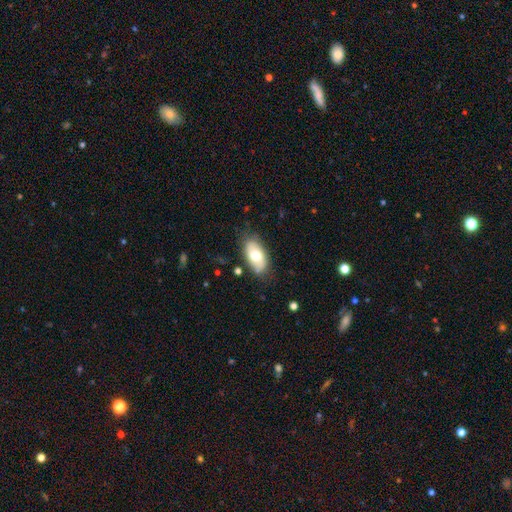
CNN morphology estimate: A smooth galaxy with no disk features (66%) that is in between round and cigar-shaped (93%).

Vote fractions:
- Smooth or featured? smooth: 66% / featured or disk: 28% / star or artifact: 6%
- How rounded? in between: 93% / round: 3% / cigar-shaped: 3%
- Merging? none: 76% / minor disturbance: 17% / major disturbance: 4% / merger: 2%